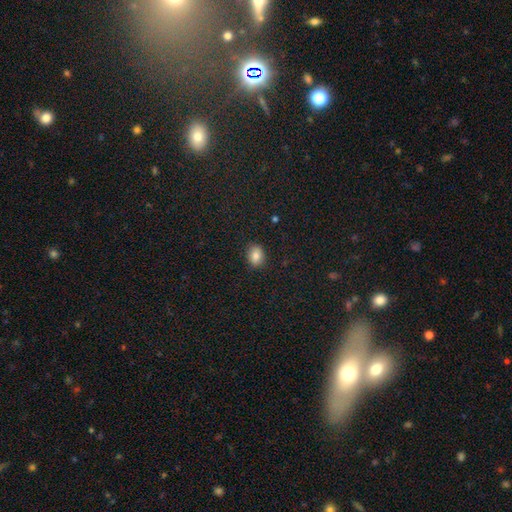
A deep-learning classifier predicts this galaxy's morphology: smooth 83%, star or artifact 10%, featured or disk 7%. Down the decision tree: how rounded — in between (63%); merging — none (86%).